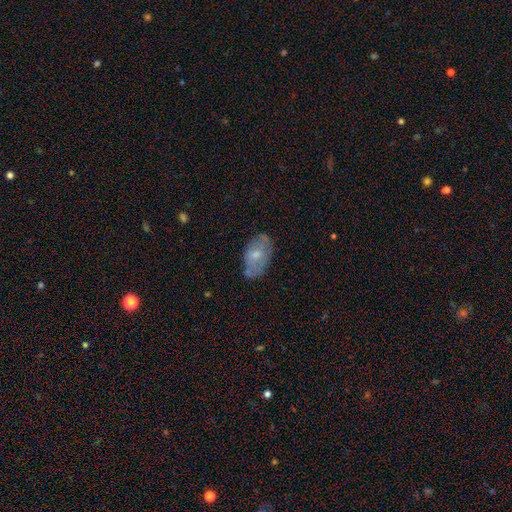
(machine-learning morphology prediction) Q: Smooth or featured?
A: smooth (56%); runner-up: featured or disk (37%)
Q: How rounded?
A: in between (92%); runner-up: round (6%)
Q: Merging?
A: none (62%); runner-up: minor disturbance (27%)